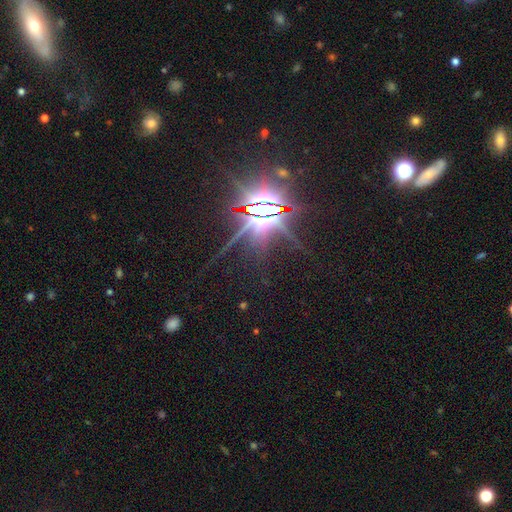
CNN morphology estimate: star or artifact 83%, featured or disk 11%, smooth 6%.